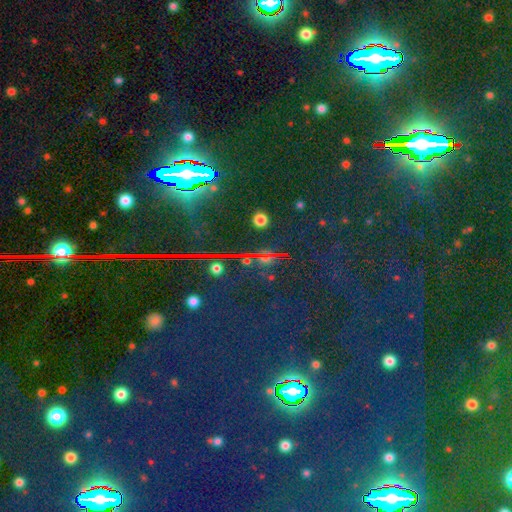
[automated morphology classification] smooth-or-featured: star or artifact: 82% | smooth: 11% | featured or disk: 8%